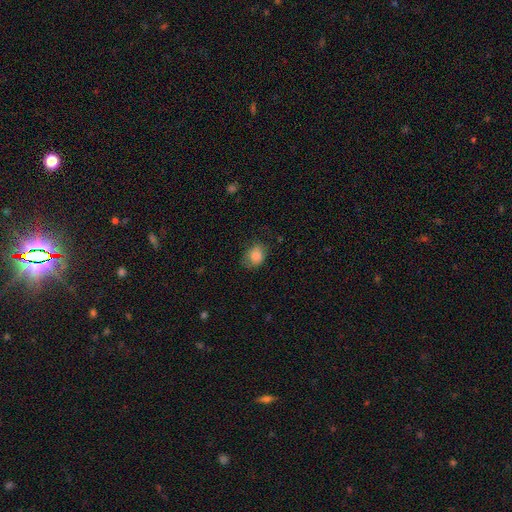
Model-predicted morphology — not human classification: Smooth or featured? Predicted: smooth (p=0.81). How rounded? Predicted: in between (p=0.54). Merging? Predicted: none (p=0.69).